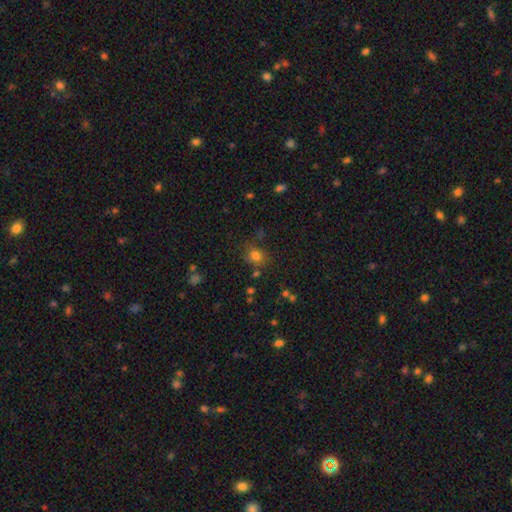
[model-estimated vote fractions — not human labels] Smooth or featured? Predicted: smooth (p=0.76). How rounded? Predicted: round (p=0.63). Merging? Predicted: none (p=0.72).